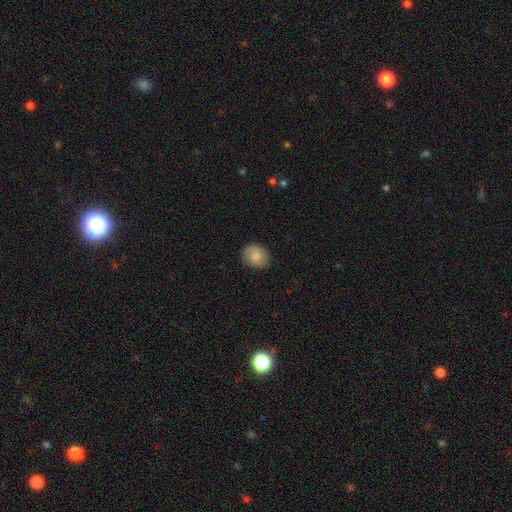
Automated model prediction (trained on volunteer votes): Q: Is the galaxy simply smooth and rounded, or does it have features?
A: smooth — 76%.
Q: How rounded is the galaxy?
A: round — 57%.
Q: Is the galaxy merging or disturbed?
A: none — 82%.